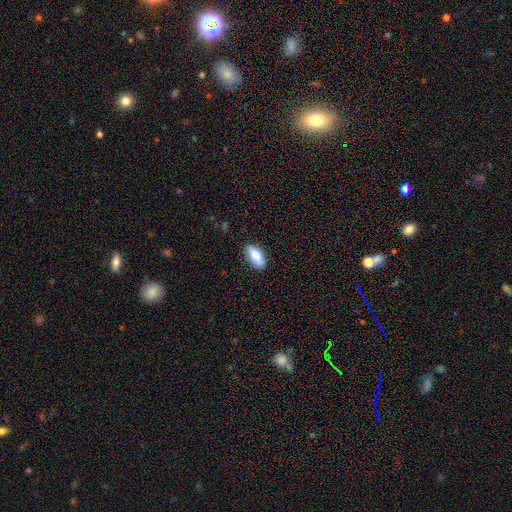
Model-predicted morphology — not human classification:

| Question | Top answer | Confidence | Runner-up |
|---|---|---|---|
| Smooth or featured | smooth | 79% | featured or disk (15%) |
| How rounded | in between | 84% | cigar-shaped (13%) |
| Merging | none | 86% | minor disturbance (10%) |